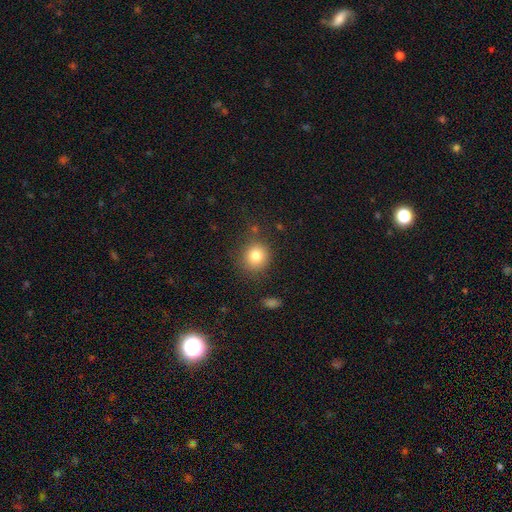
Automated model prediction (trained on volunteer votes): smooth-or-featured: smooth: 81% | star or artifact: 11% | featured or disk: 8%
  how-rounded: round: 87% | in between: 12% | cigar-shaped: 1%
  merging: none: 82% | minor disturbance: 11% | major disturbance: 4% | merger: 3%